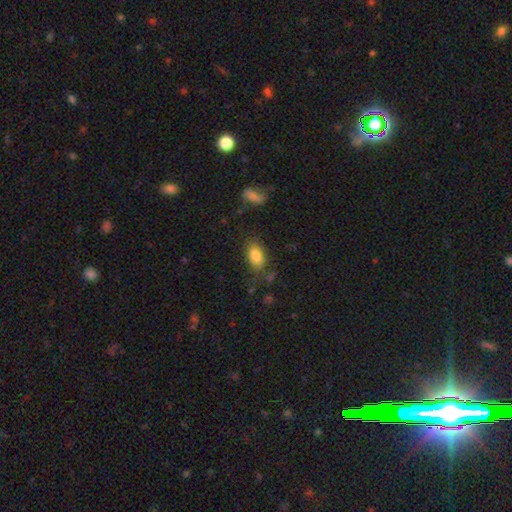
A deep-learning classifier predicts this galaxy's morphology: This is clearly a smooth galaxy (83%). How rounded: clearly in between (90%). Merging: likely none (75%).